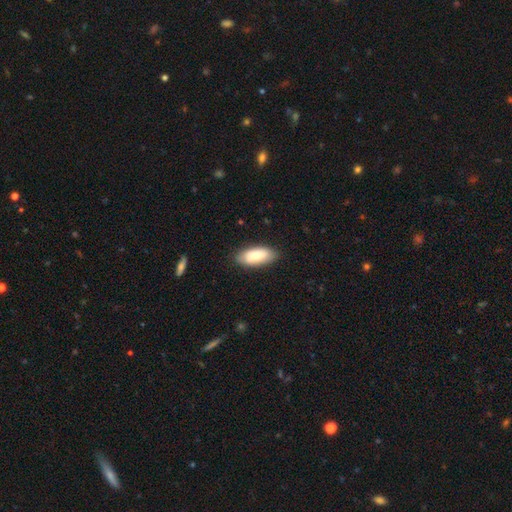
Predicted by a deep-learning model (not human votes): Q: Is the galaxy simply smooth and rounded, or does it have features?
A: smooth — 79%.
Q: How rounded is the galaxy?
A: in between — 87%.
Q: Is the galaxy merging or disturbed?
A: none — 83%.